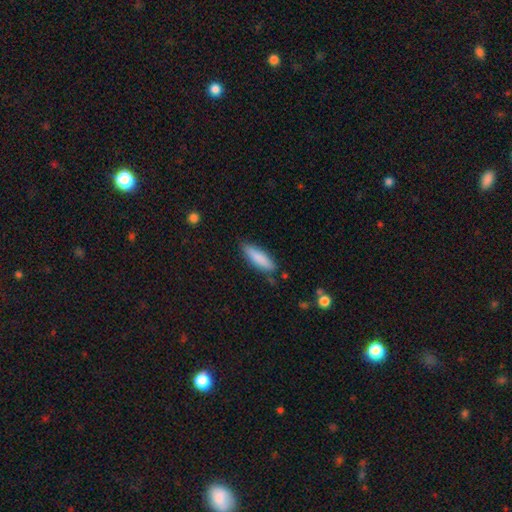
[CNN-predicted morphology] Smooth or featured: smooth — 84% (featured or disk — 10%)
How rounded: cigar-shaped — 62% (in between — 36%)
Merging: none — 80% (minor disturbance — 15%)